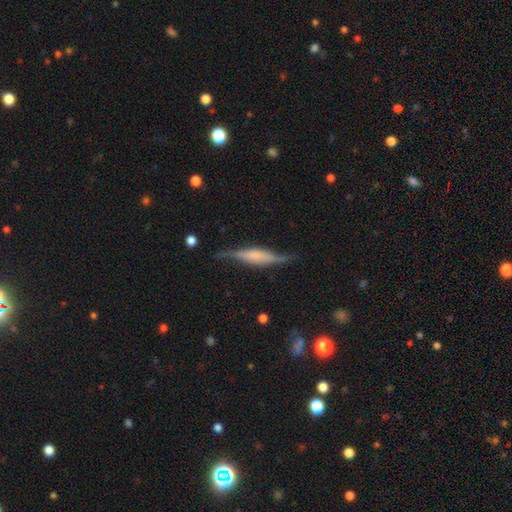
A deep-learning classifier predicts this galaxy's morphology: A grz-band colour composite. It shows a featured or disk galaxy (69%) viewed edge-on (87%) with a boxy central bulge (51%). Merging: none (70%).